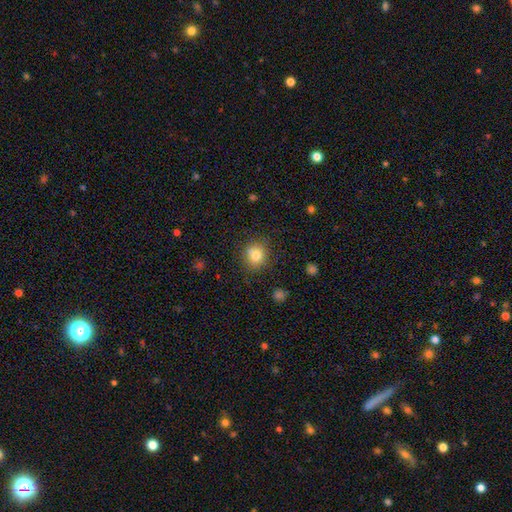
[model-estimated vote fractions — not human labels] The model was most divided on "how rounded": round: 81%, in between: 18%, cigar-shaped: 1%. More confident: merging — none (83%); smooth or featured — smooth (81%).